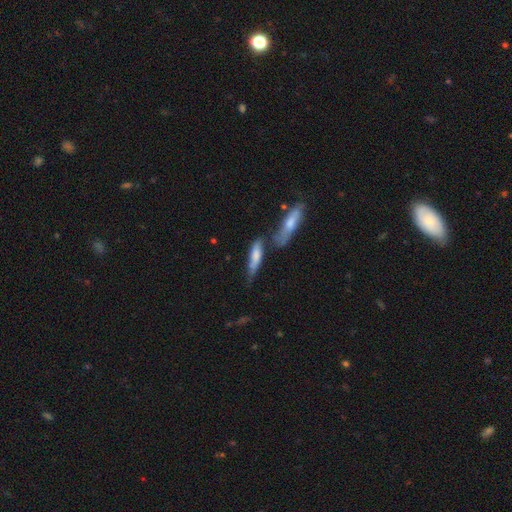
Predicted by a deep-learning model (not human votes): A smooth galaxy with no disk features (64%) that is cigar-shaped (64%). Merging: none (38%).